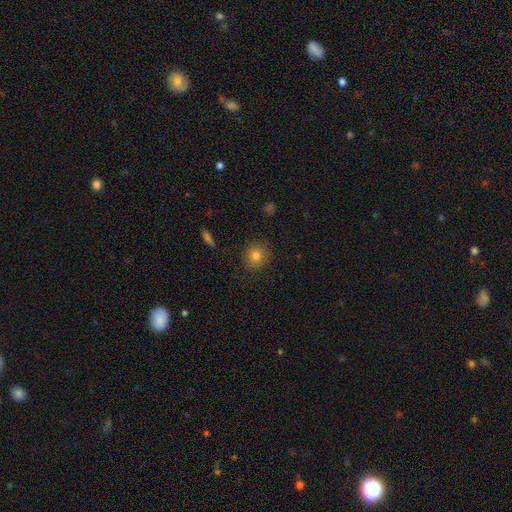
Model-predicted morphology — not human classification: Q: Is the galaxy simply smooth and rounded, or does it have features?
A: smooth — 79%.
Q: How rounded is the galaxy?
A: round — 81%.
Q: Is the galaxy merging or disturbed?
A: none — 85%.